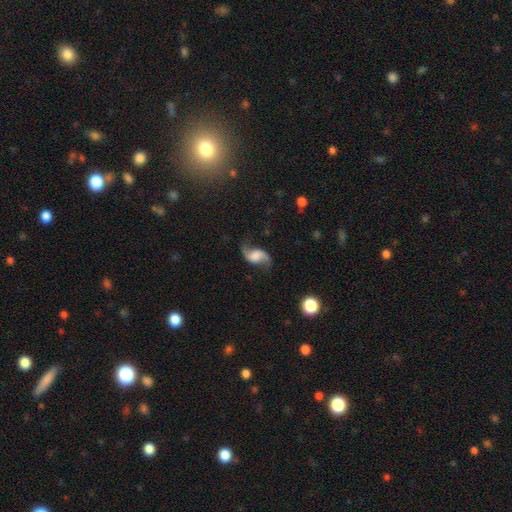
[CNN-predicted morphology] type=featured or disk (83%); edge-on=no (97%); bar=no (51%); spiral arms=yes (96%); winding=loose (82%); arm count=2 (94%); bulge=none (38%); merging=none (76%).